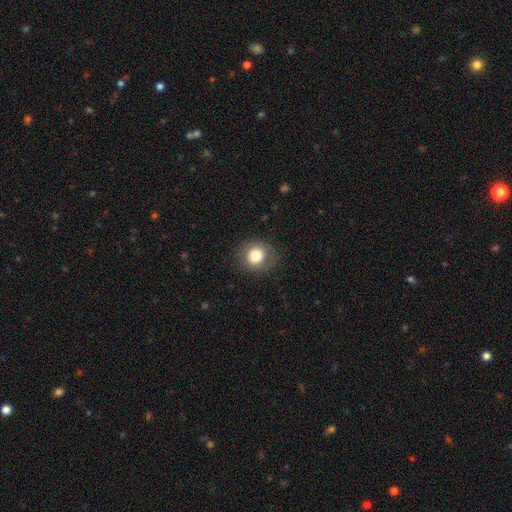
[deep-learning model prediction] A smooth galaxy with no disk features (80%) that is round (83%). Merging: none (85%).